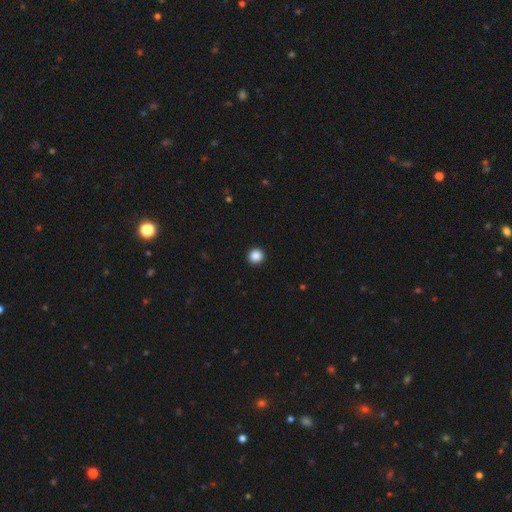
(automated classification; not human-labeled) Smooth or featured? smooth (88%)
How rounded? round (94%)
Merging? none (93%)